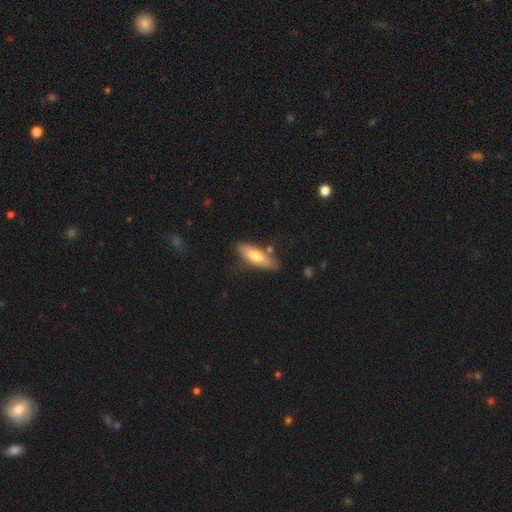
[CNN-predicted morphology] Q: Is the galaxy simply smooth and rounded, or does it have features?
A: smooth — 62%.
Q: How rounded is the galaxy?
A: in between — 51%.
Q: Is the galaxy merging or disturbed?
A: none — 75%.